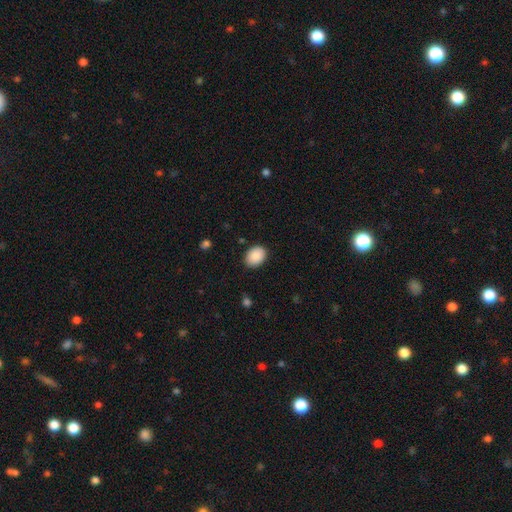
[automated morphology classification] The model was most divided on "how rounded": in between: 69%, round: 30%, cigar-shaped: 1%. More confident: smooth or featured — smooth (90%); merging — none (87%).